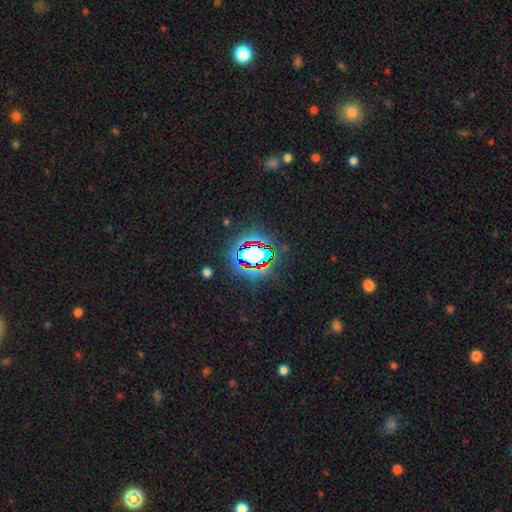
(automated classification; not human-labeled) Smooth or featured? Predicted: star or artifact (p=0.73).